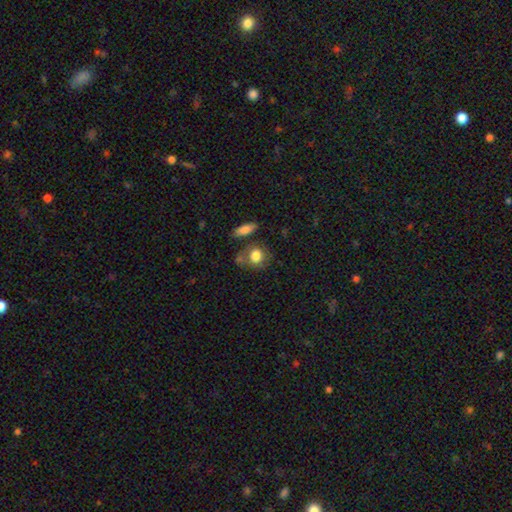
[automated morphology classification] A smooth galaxy with no disk features (79%) that is round (65%).

Vote fractions:
- Smooth or featured? smooth: 79% / featured or disk: 13% / star or artifact: 8%
- How rounded? round: 65% / in between: 33% / cigar-shaped: 2%
- Merging? none: 56% / minor disturbance: 20% / merger: 16% / major disturbance: 9%